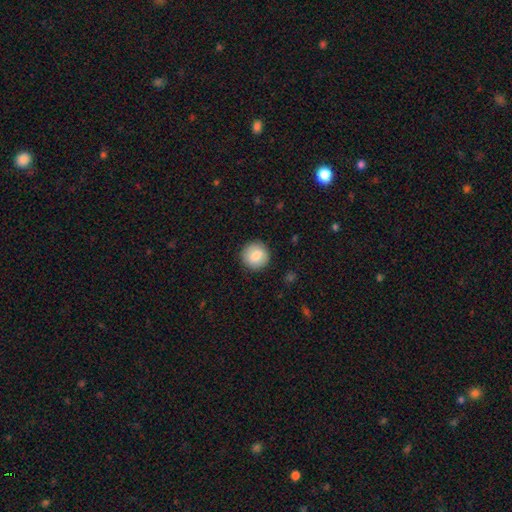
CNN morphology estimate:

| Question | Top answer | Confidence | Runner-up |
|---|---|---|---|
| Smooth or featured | smooth | 83% | featured or disk (10%) |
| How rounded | round | 94% | in between (5%) |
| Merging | none | 90% | minor disturbance (7%) |